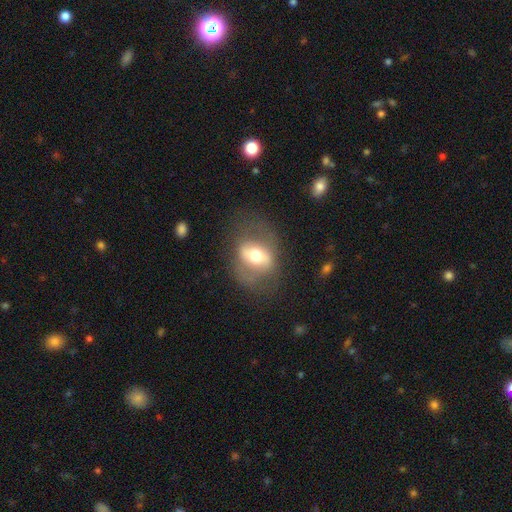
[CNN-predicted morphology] type=featured or disk (54%); edge-on=no (87%); merging=none (66%).